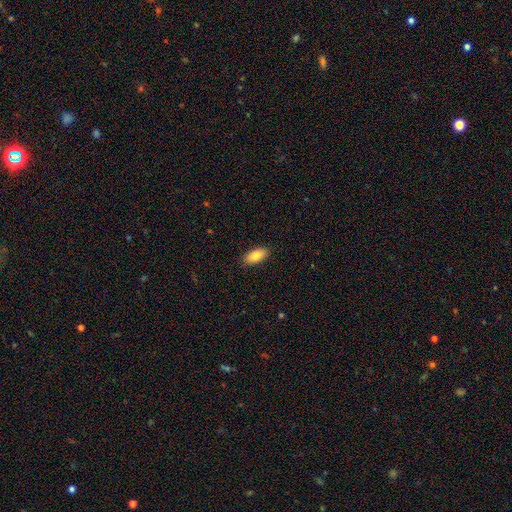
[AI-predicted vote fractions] A smooth galaxy with no disk features (86%) that is in between round and cigar-shaped (91%).

Vote fractions:
- Smooth or featured? smooth: 86% / featured or disk: 7% / star or artifact: 7%
- How rounded? in between: 91% / cigar-shaped: 6% / round: 2%
- Merging? none: 88% / minor disturbance: 9% / major disturbance: 2% / merger: 1%